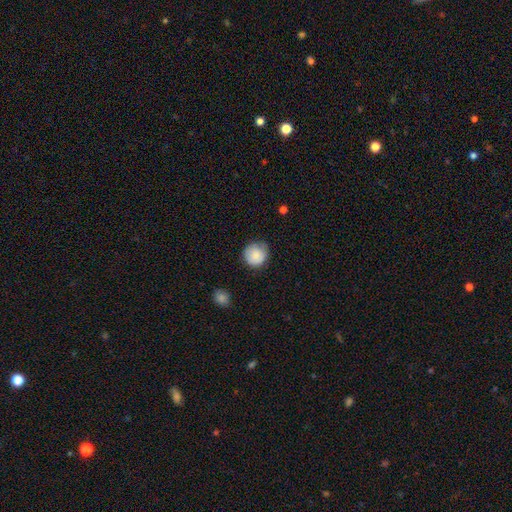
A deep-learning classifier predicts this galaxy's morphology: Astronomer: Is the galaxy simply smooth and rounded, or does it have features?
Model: smooth — 84%.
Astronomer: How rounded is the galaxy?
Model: round — 91%.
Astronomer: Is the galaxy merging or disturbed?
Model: none — 73%.